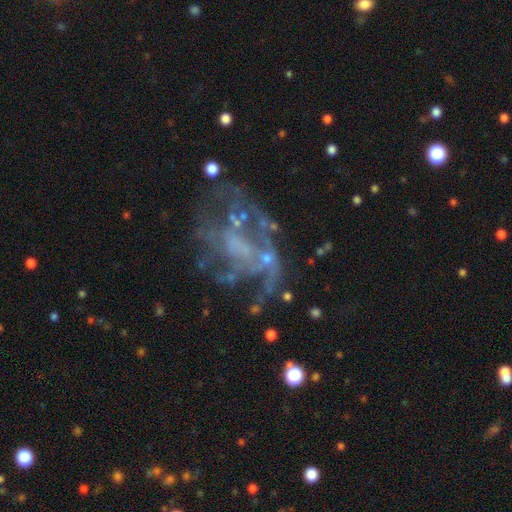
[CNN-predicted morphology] featured or disk 74%, star or artifact 15%, smooth 10%. Down the decision tree: edge-on disk — no (98%); bar — no (72%); spiral arms — no (51%); bulge size — none (59%); merging — none (41%).